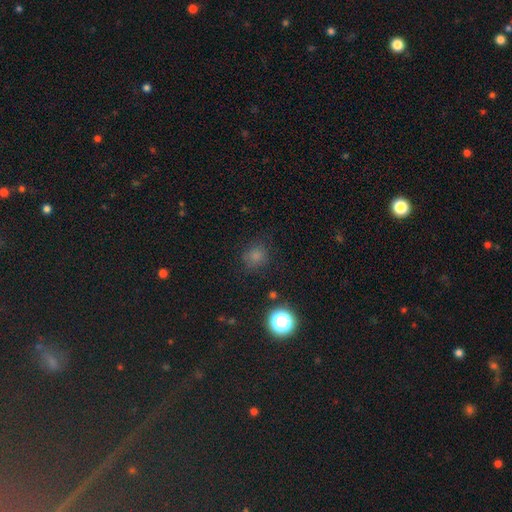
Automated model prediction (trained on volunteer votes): The model was most divided on "smooth or featured": smooth: 67%, star or artifact: 27%, featured or disk: 6%. More confident: how rounded — round (84%); merging — none (82%).